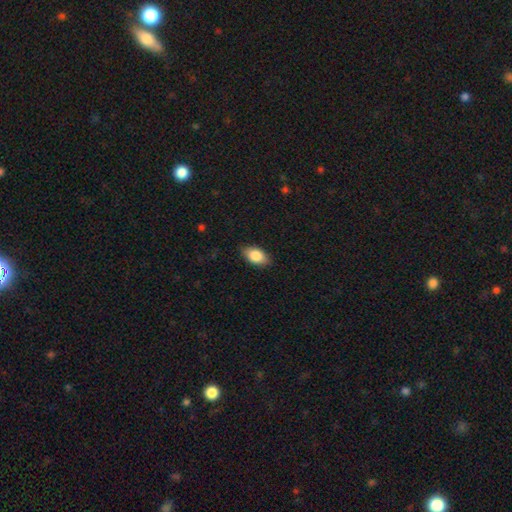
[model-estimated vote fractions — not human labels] Smooth or featured? Predicted: smooth (p=0.84). How rounded? Predicted: in between (p=0.91). Merging? Predicted: none (p=0.84).